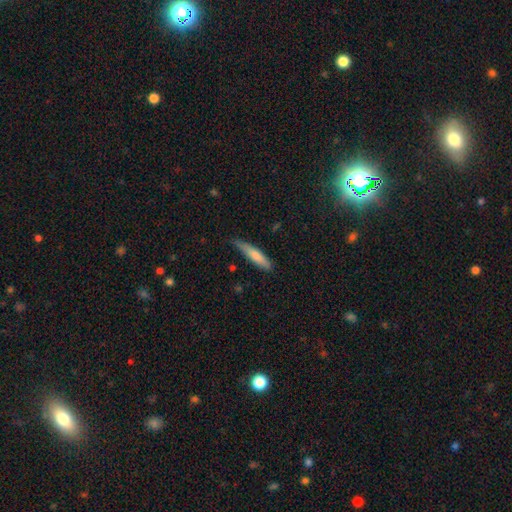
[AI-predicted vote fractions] The model was most divided on "merging": none: 63%, minor disturbance: 31%, major disturbance: 5%, merger: 2%. More confident: how rounded — cigar-shaped (82%); smooth or featured — smooth (75%).